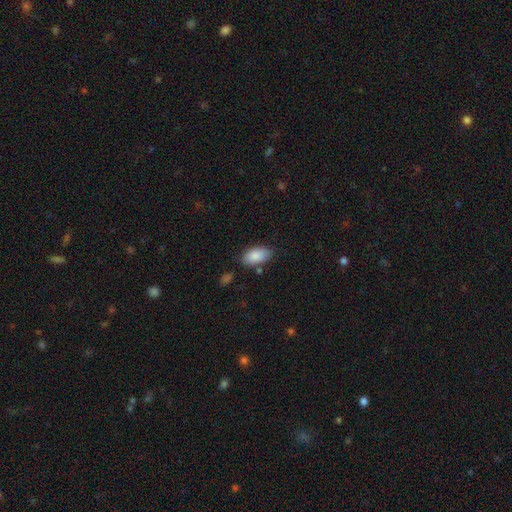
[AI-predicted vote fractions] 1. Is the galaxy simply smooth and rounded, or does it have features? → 87% smooth, 6% star or artifact, 6% featured or disk.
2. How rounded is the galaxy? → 94% in between, 3% round, 3% cigar-shaped.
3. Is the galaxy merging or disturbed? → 76% none, 16% minor disturbance, 5% merger, 4% major disturbance.